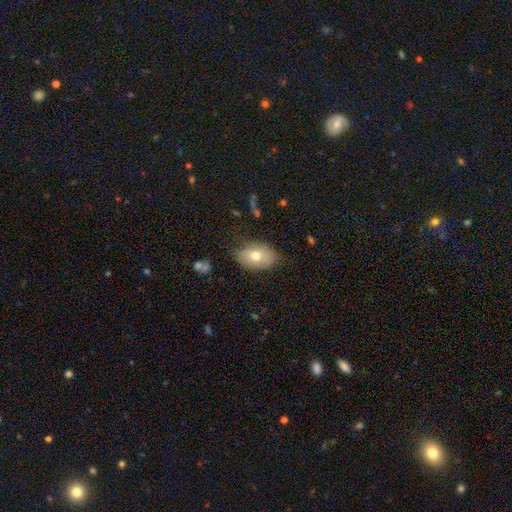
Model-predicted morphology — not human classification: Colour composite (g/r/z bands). It shows a smooth galaxy with no disk features (69%) that is in between round and cigar-shaped (86%). Merging: none (72%).